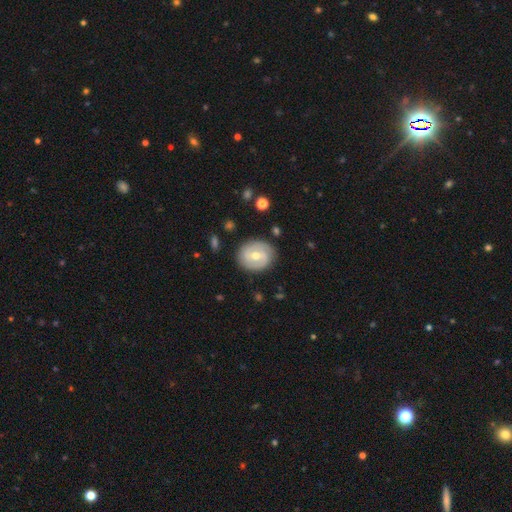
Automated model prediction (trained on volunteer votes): This appears to be a featured or disk galaxy (71%) with a weak bar (46%), 2 (80%) tight (49%) spiral arms (84%) and a moderate central bulge (68%). Merging: none (83%).